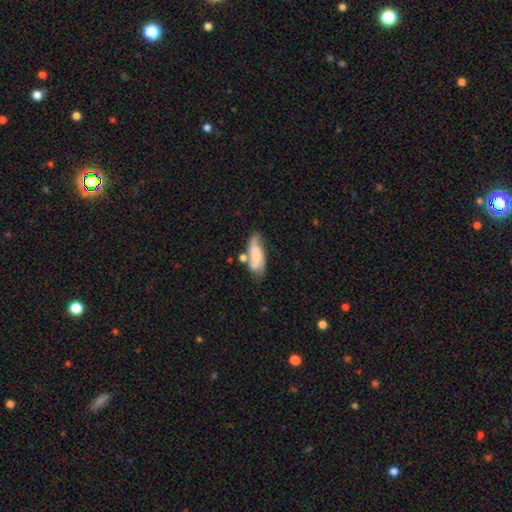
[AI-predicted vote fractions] This appears to be a smooth galaxy with no disk features (48%). Merging: none (44%).